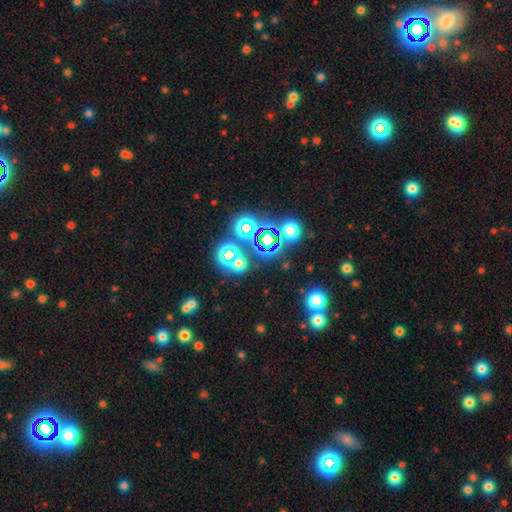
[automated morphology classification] Q: Smooth or featured?
A: star or artifact (66%); runner-up: smooth (23%)